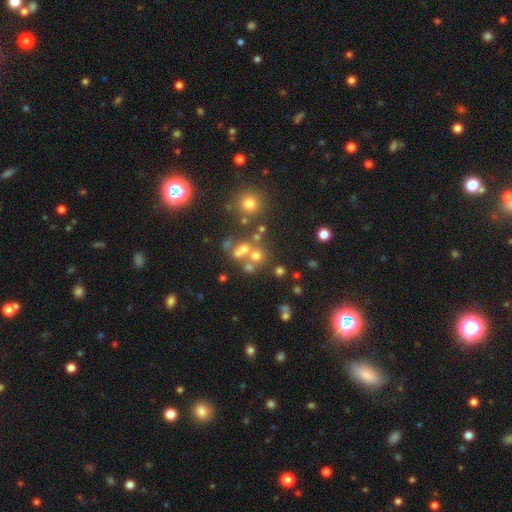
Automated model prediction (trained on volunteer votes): Smooth or featured?
  - smooth: 54% *
  - star or artifact: 24%
  - featured or disk: 22%
How rounded?
  - round: 82% *
  - in between: 17%
  - cigar-shaped: 1%
Merging?
  - none: 49% *
  - merger: 35%
  - minor disturbance: 9%
  - major disturbance: 7%